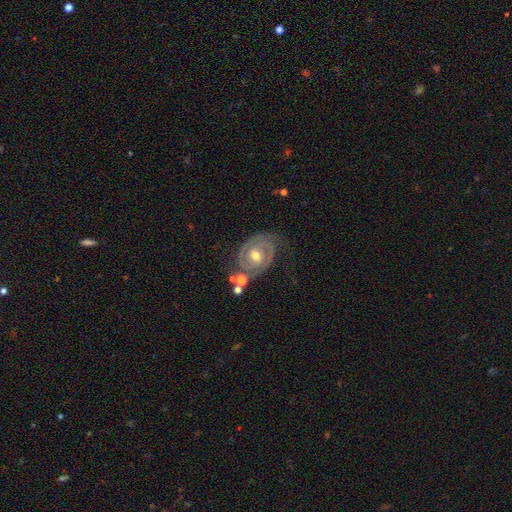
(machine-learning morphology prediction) The model was most divided on "bar": no: 58%, weak: 31%, strong: 11%. More confident: edge-on disk — no (97%); spiral arms — yes (96%); smooth or featured — featured or disk (88%); spiral arm count — 2 (85%); bulge size — moderate (74%); merging — none (72%); spiral winding — tight (69%).